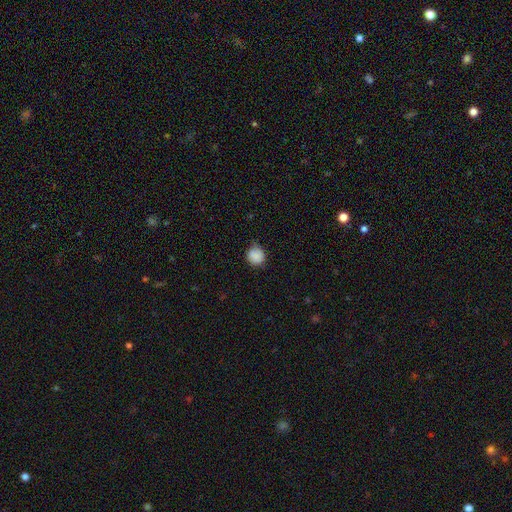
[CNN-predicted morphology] Smooth or featured? Predicted: smooth (p=0.87). How rounded? Predicted: round (p=0.85). Merging? Predicted: none (p=0.69).